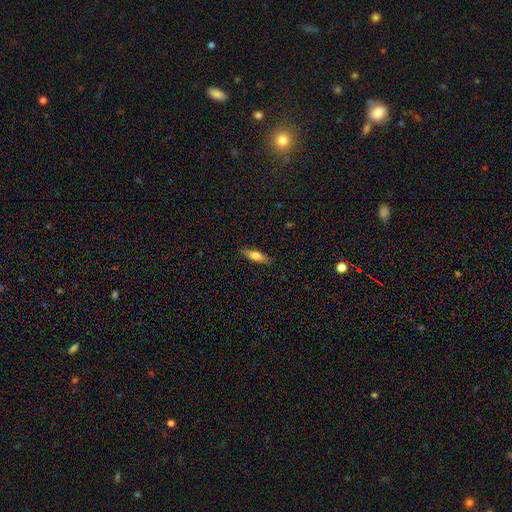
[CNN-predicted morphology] Q: Smooth or featured?
A: smooth (56%); runner-up: featured or disk (37%)
Q: How rounded?
A: cigar-shaped (63%); runner-up: in between (34%)
Q: Merging?
A: none (88%); runner-up: minor disturbance (9%)